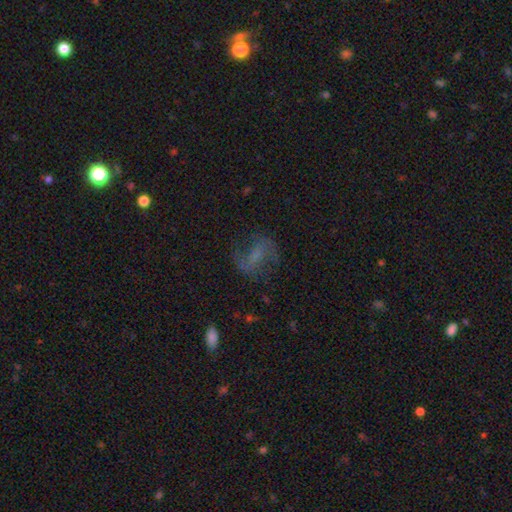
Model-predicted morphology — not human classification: This appears to be a featured or disk galaxy (59%) with a weak bar (43%), spiral arms (82%) and no central bulge (40%). Merging: none (63%).